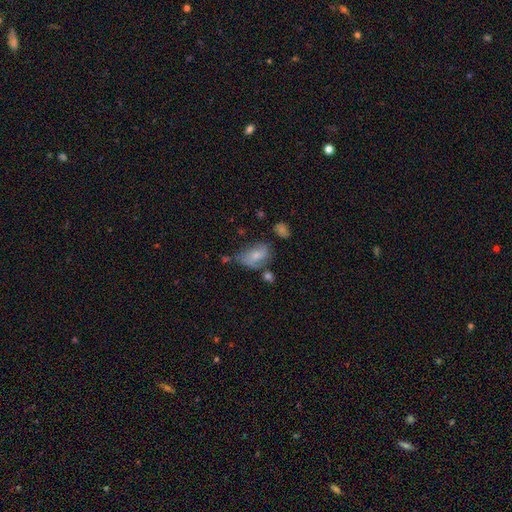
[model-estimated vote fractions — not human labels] smooth-or-featured: smooth: 54% | featured or disk: 37% | star or artifact: 9%
  how-rounded: in between: 83% | round: 15% | cigar-shaped: 2%
  merging: none: 39% | minor disturbance: 31% | major disturbance: 17% | merger: 12%